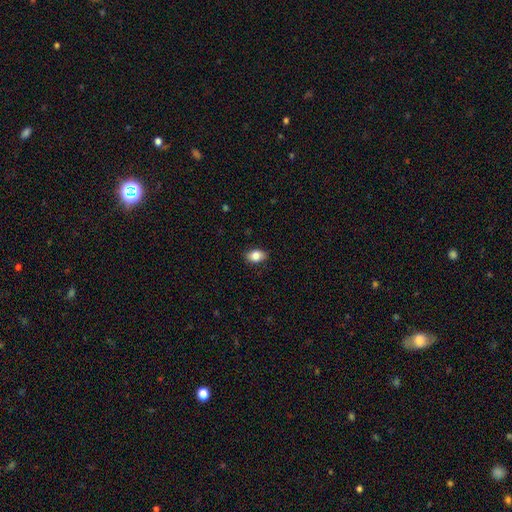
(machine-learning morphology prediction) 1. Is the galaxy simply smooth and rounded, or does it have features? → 83% smooth, 9% featured or disk, 8% star or artifact.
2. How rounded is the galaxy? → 85% in between, 13% round, 2% cigar-shaped.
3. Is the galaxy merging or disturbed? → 87% none, 10% minor disturbance, 2% major disturbance, 1% merger.